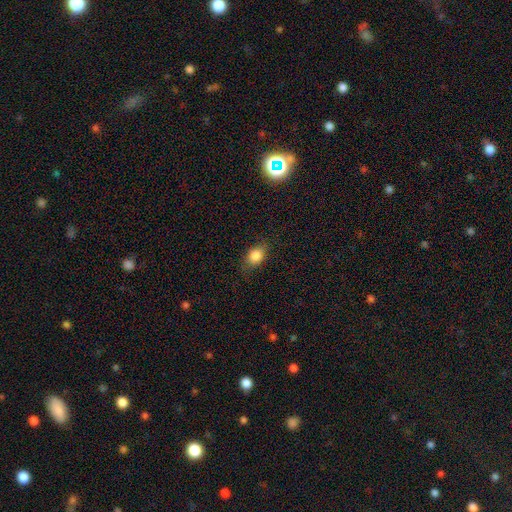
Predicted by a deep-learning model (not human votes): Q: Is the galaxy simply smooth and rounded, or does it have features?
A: smooth — 84%.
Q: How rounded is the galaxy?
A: in between — 70%.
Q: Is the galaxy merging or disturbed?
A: none — 77%.